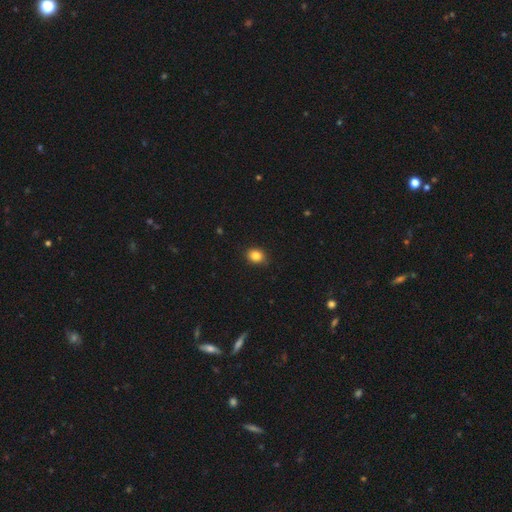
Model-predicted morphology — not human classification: Overall: smooth (85%). How rounded: round (56%; in between 43%). Merging: none (87%).